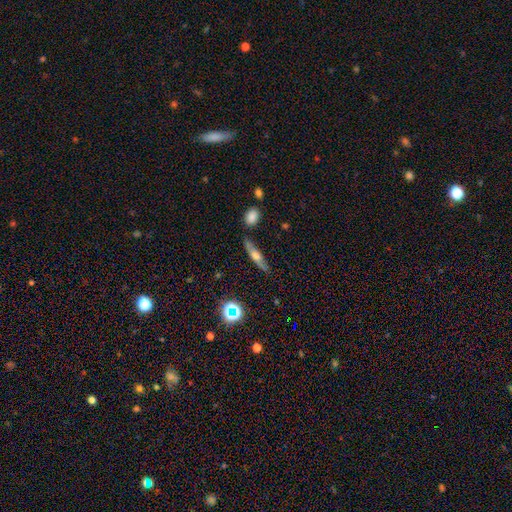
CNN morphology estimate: type=smooth (47%); merging=none (81%).